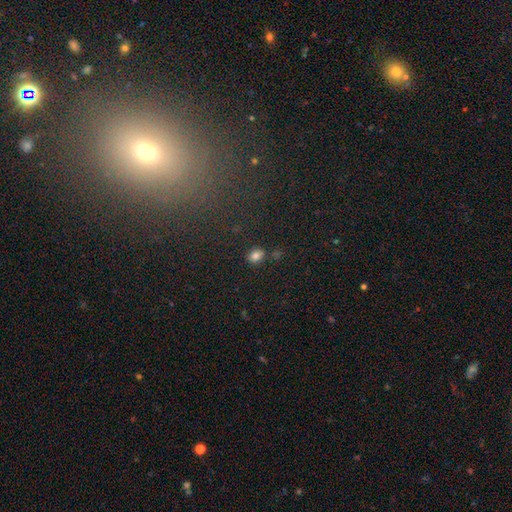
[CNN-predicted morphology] smooth_or_featured: smooth (p=0.80) [alt: star or artifact p=0.13]
how_rounded: in between (p=0.58) [alt: round p=0.41]
merging: none (p=0.76) [alt: minor disturbance p=0.13]